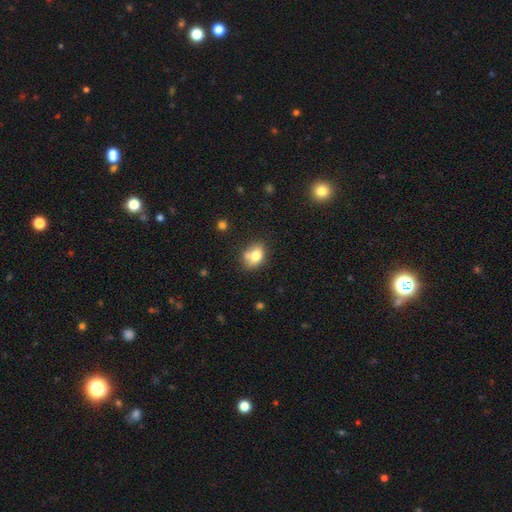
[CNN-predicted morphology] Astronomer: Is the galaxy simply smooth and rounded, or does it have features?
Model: smooth — 76%.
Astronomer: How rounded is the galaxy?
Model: in between — 68%.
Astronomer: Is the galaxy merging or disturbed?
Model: none — 50%.